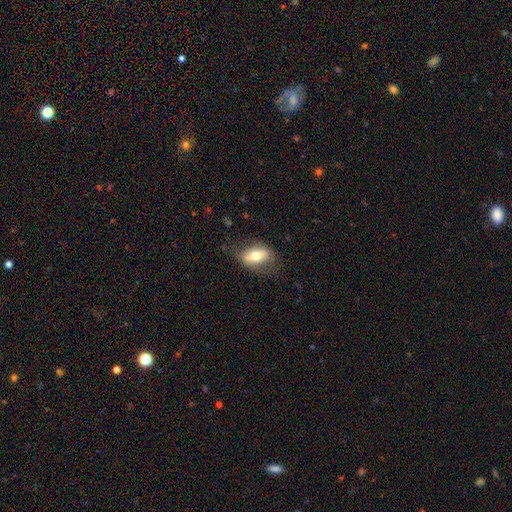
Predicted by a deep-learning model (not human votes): Smooth or featured?
  - smooth: 55% *
  - featured or disk: 38%
  - star or artifact: 7%
How rounded?
  - in between: 83% *
  - round: 11%
  - cigar-shaped: 6%
Merging?
  - none: 67% *
  - minor disturbance: 21%
  - major disturbance: 10%
  - merger: 1%